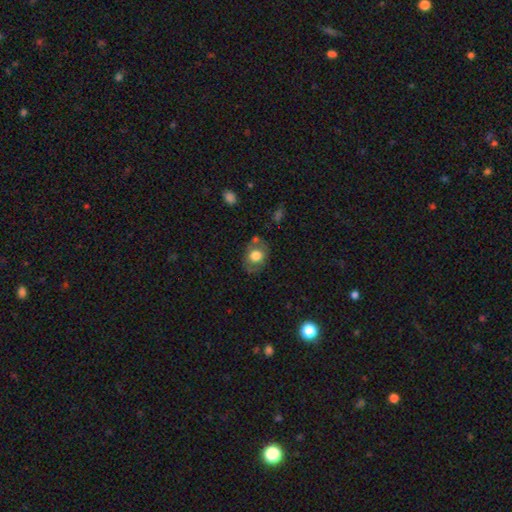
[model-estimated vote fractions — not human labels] Smooth or featured: smooth — 68% (featured or disk — 24%)
How rounded: in between — 53% (round — 46%)
Merging: none — 68% (minor disturbance — 19%)